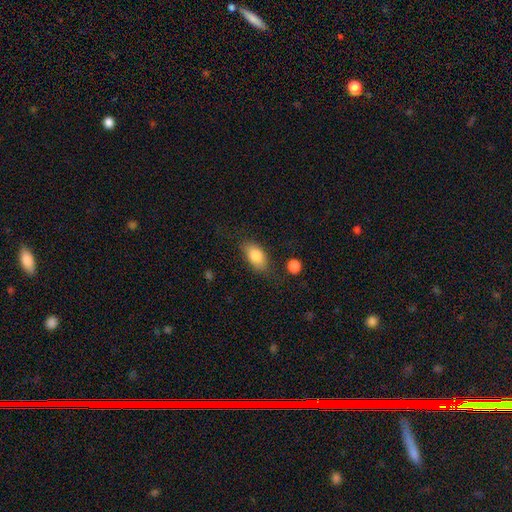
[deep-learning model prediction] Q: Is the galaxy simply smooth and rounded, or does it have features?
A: smooth — 83%.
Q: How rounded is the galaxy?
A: in between — 89%.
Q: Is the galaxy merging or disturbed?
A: none — 73%.